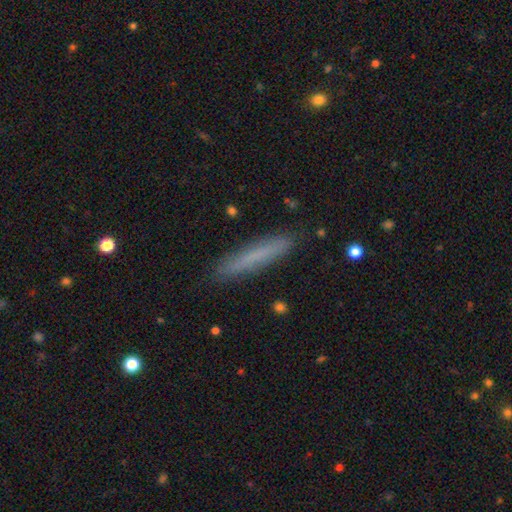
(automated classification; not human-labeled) A smooth galaxy with no disk features (70%) that is cigar-shaped (94%).

Vote fractions:
- Smooth or featured? smooth: 70% / featured or disk: 23% / star or artifact: 8%
- How rounded? cigar-shaped: 94% / in between: 5% / round: 1%
- Merging? none: 88% / minor disturbance: 9% / major disturbance: 2% / merger: 1%